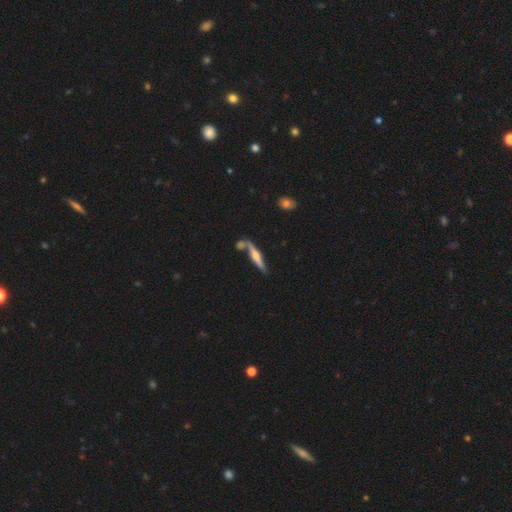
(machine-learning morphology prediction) Smooth or featured?
  - featured or disk: 70% *
  - smooth: 24%
  - star or artifact: 6%
Edge-on disk?
  - yes: 96% *
  - no: 4%
Edge-on bulge?
  - rounded: 88% *
  - boxy: 7%
  - none: 6%
Merging?
  - none: 70% *
  - merger: 15%
  - minor disturbance: 12%
  - major disturbance: 3%